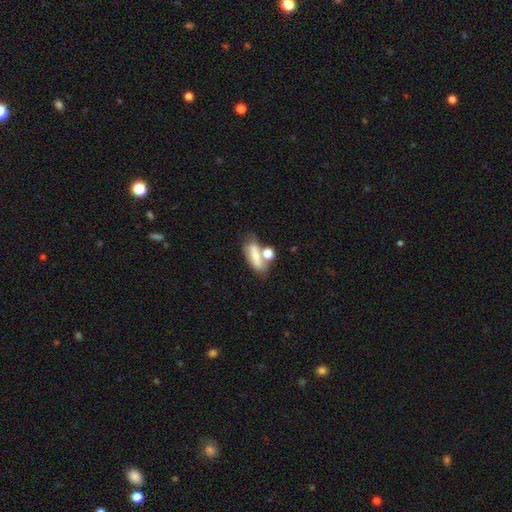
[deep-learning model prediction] Morphology: type=smooth (68%); roundness=in between (68%); merging=none (41%).